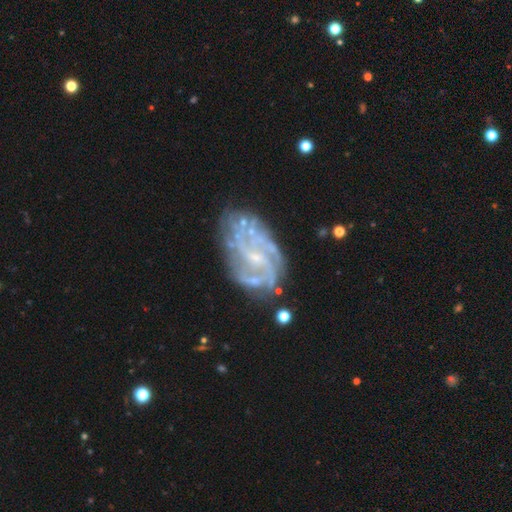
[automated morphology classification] featured or disk 84%, star or artifact 9%, smooth 8%. Down the decision tree: edge-on disk — no (97%); bar — no (48%); spiral arms — yes (90%); spiral arm count — can't tell (32%); spiral winding — tight (41%, tied with medium); bulge size — small (67%); merging — none (65%).